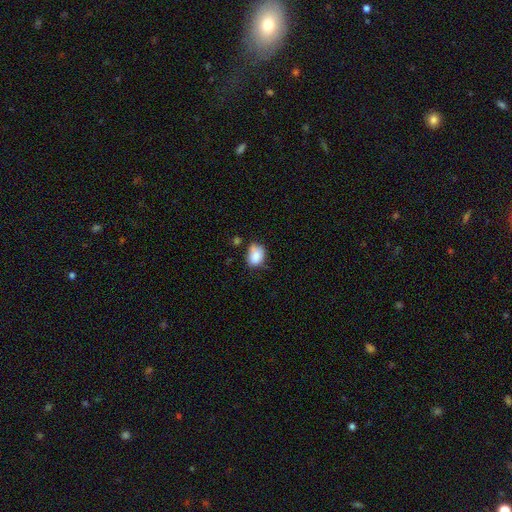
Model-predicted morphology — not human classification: The model was most divided on "merging": none: 50%, minor disturbance: 35%, major disturbance: 9%, merger: 7%. More confident: smooth or featured — smooth (84%); how rounded — in between (67%).